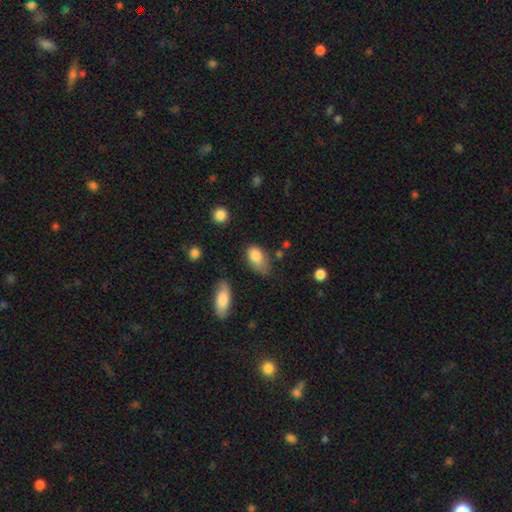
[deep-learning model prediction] The model was most divided on "merging": none: 42%, minor disturbance: 39%, major disturbance: 14%, merger: 4%. More confident: how rounded — in between (89%); smooth or featured — smooth (82%).